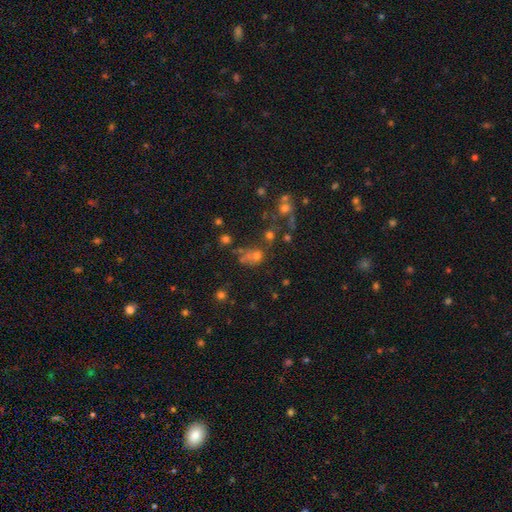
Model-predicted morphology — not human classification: smooth_or_featured: smooth (p=0.53) [alt: star or artifact p=0.32]
how_rounded: round (p=0.60) [alt: in between p=0.38]
merging: none (p=0.45) [alt: merger p=0.26]